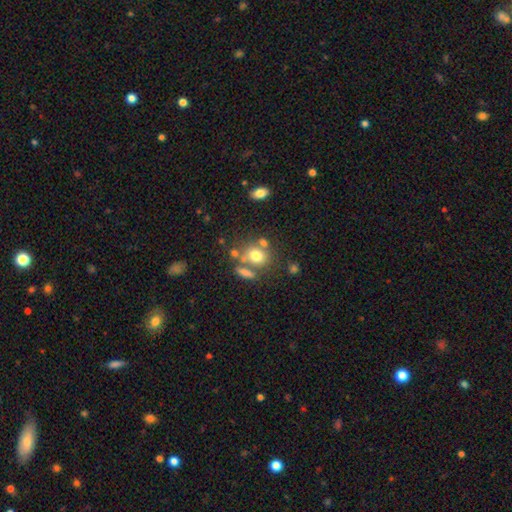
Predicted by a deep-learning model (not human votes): A smooth galaxy with no disk features (71%) that is round (62%). Merging: none (56%).